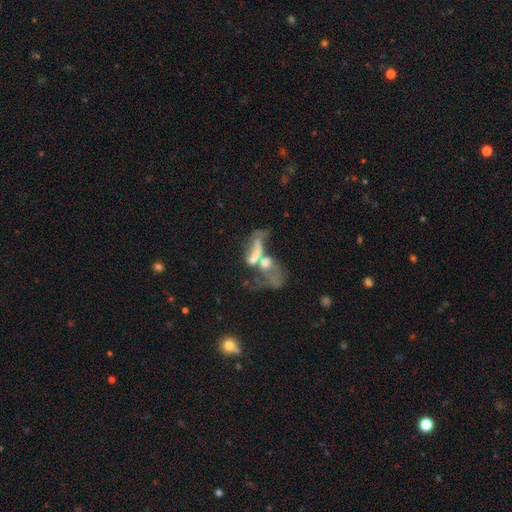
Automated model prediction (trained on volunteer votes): This is possibly a featured or disk galaxy (51%). It is clearly not viewed edge-on (88%). Merging: possibly merger (59%).